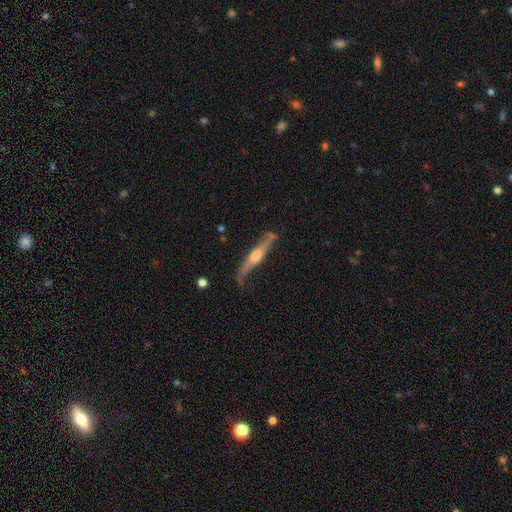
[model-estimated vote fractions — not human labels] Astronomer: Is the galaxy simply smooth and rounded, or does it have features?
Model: featured or disk — 73%.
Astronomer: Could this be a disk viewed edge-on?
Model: yes — 89%.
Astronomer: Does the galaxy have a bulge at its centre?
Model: rounded — 83%.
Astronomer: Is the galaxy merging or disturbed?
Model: none — 68%.